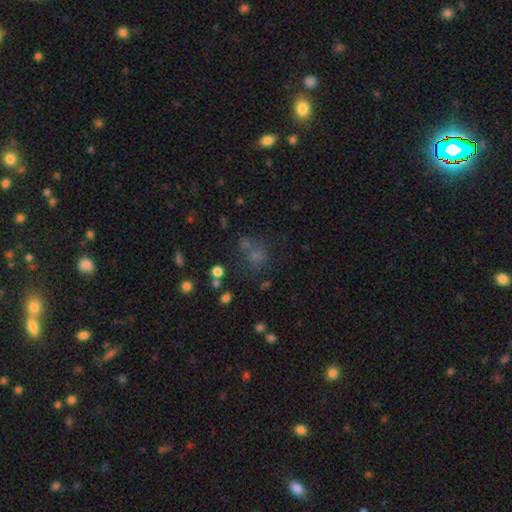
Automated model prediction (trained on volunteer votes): smooth 61%, star or artifact 27%, featured or disk 12%. Down the decision tree: how rounded — round (71%); merging — none (53%).